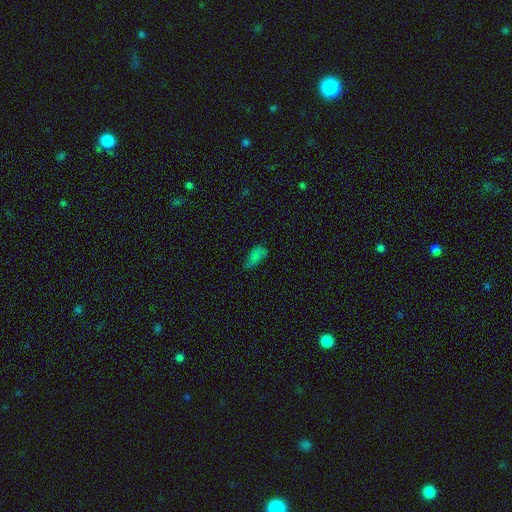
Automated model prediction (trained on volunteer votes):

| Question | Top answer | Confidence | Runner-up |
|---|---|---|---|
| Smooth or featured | smooth | 71% | star or artifact (17%) |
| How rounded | in between | 86% | cigar-shaped (11%) |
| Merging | none | 46% | minor disturbance (35%) |